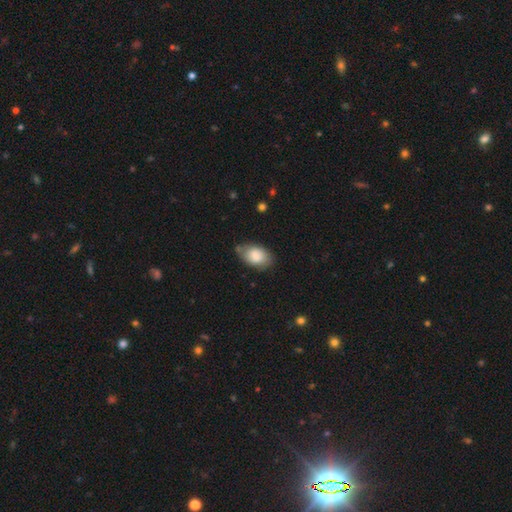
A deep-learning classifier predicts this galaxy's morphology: Q: Smooth or featured?
A: smooth (84%); runner-up: featured or disk (9%)
Q: How rounded?
A: in between (90%); runner-up: round (8%)
Q: Merging?
A: none (68%); runner-up: minor disturbance (24%)